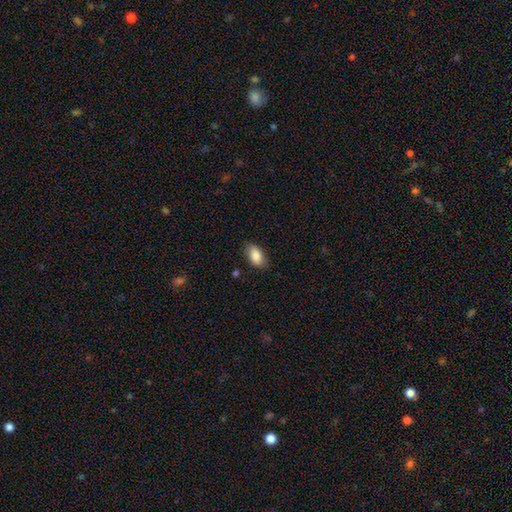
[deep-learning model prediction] smooth 86%, featured or disk 8%, star or artifact 7%. Down the decision tree: how rounded — in between (92%); merging — none (81%).